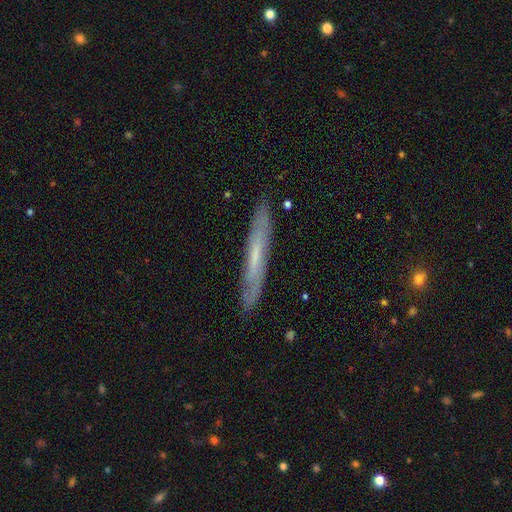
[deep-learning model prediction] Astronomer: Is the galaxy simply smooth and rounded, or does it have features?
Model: featured or disk — 60%.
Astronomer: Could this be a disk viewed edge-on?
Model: yes — 71%.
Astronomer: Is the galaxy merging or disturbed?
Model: none — 84%.